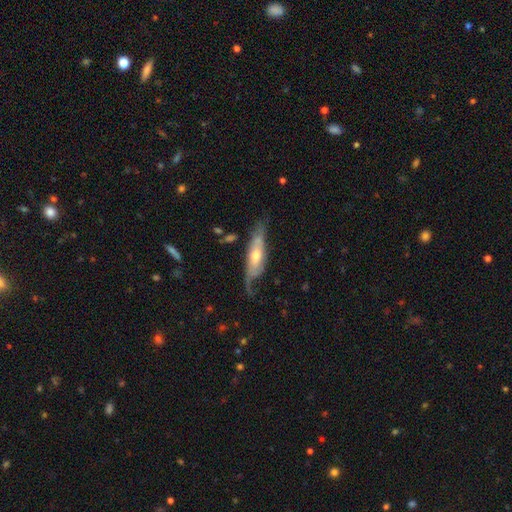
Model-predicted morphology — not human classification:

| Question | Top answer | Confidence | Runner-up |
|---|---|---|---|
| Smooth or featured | featured or disk | 65% | smooth (30%) |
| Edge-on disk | no | 61% | yes (39%) |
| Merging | none | 50% | minor disturbance (28%) |